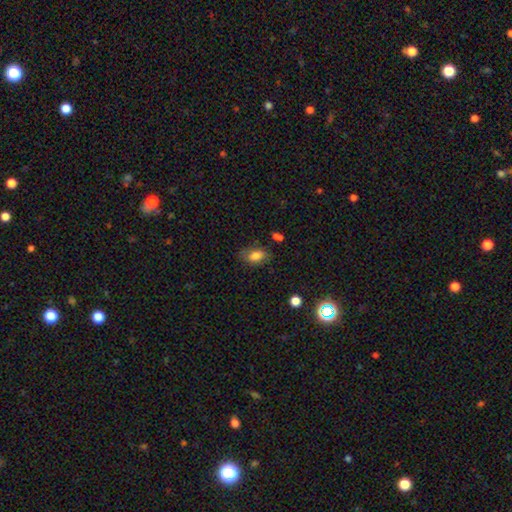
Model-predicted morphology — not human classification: A smooth galaxy with no disk features (79%) that is in between round and cigar-shaped (88%).

Vote fractions:
- Smooth or featured? smooth: 79% / featured or disk: 12% / star or artifact: 9%
- How rounded? in between: 88% / round: 9% / cigar-shaped: 3%
- Merging? none: 72% / minor disturbance: 19% / major disturbance: 6% / merger: 3%